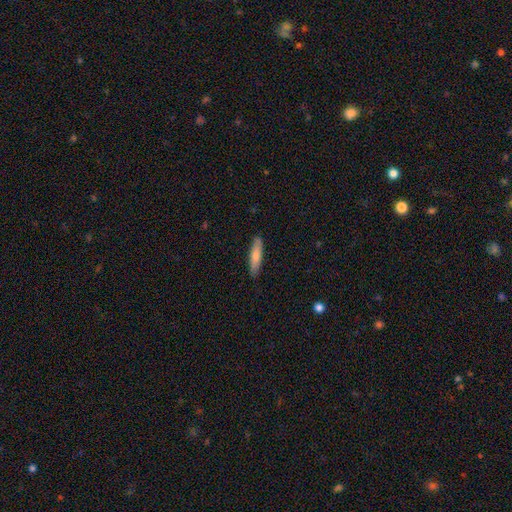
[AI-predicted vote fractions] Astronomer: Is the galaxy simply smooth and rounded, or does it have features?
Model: smooth — 75%.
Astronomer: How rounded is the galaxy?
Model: cigar-shaped — 80%.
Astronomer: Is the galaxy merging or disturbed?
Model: none — 88%.